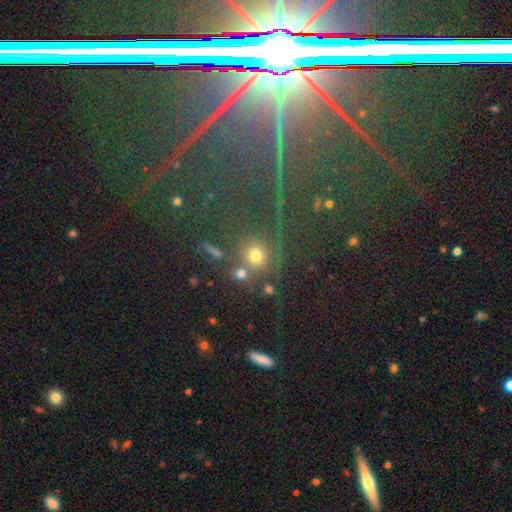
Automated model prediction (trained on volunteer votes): Smooth or featured: smooth — 64% (star or artifact — 25%)
How rounded: round — 89% (in between — 9%)
Merging: none — 69% (merger — 16%)